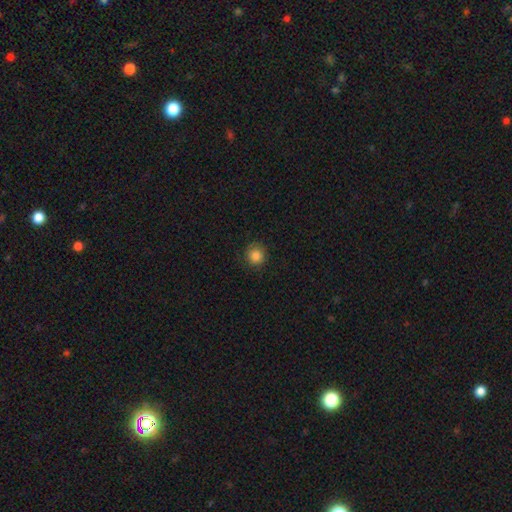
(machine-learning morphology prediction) smooth_or_featured: smooth (p=0.84) [alt: star or artifact p=0.10]
how_rounded: round (p=0.91) [alt: in between p=0.08]
merging: none (p=0.85) [alt: minor disturbance p=0.11]